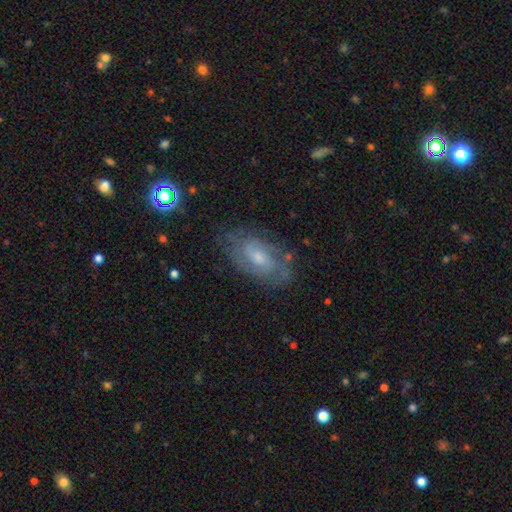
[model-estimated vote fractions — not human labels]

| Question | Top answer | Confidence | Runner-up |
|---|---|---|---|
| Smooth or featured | featured or disk | 70% | smooth (20%) |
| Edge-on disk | no | 94% | yes (6%) |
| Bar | no | 53% | weak (40%) |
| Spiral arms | yes | 86% | no (14%) |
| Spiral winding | tight | 52% | medium (36%) |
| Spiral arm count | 2 | 44% | can't tell (39%) |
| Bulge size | moderate | 47% | small (42%) |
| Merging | none | 74% | minor disturbance (18%) |